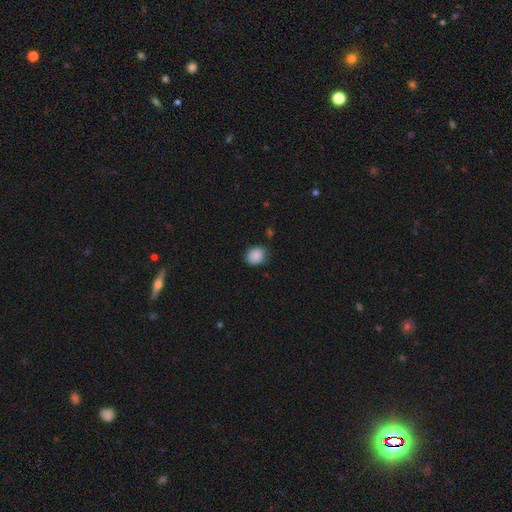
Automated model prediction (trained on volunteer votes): Smooth or featured? Predicted: smooth (p=0.87). How rounded? Predicted: round (p=0.66). Merging? Predicted: none (p=0.71).